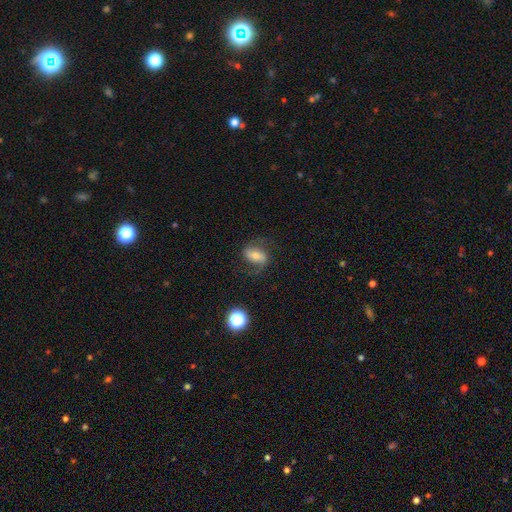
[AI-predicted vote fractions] A featured or disk galaxy (49%).

Vote fractions:
- Smooth or featured? featured or disk: 49% / smooth: 40% / star or artifact: 11%
- Merging? none: 68% / minor disturbance: 18% / major disturbance: 12% / merger: 2%